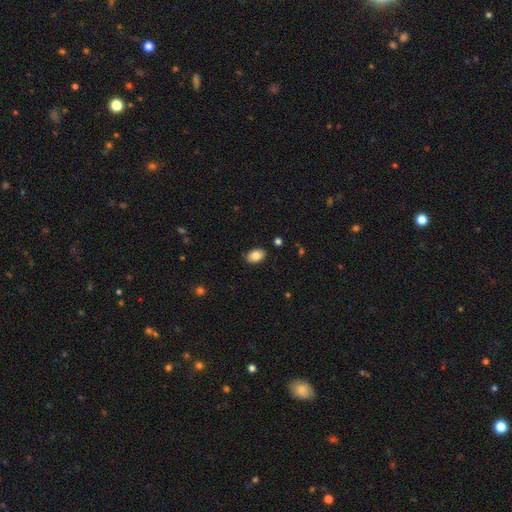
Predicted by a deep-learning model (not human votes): smooth_or_featured: smooth (p=0.85) [alt: featured or disk p=0.08]
how_rounded: in between (p=0.90) [alt: round p=0.09]
merging: none (p=0.88) [alt: minor disturbance p=0.09]